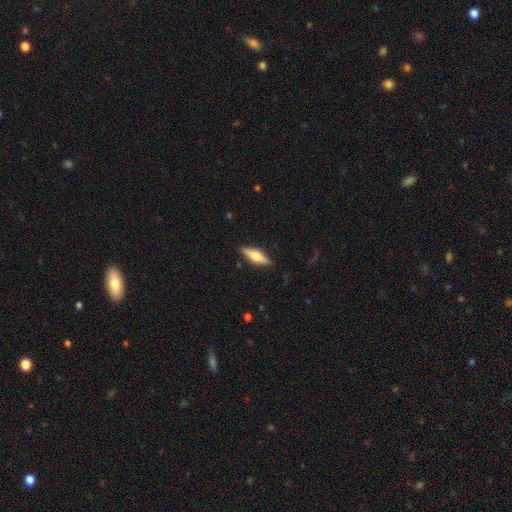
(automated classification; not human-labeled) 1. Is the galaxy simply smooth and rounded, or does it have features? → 48% featured or disk, 46% smooth, 6% star or artifact.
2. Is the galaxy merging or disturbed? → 87% none, 10% minor disturbance, 2% major disturbance, 1% merger.